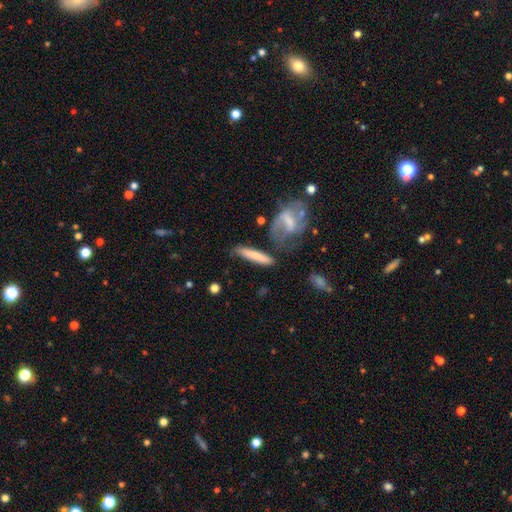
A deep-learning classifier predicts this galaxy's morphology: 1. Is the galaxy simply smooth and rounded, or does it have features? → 66% smooth, 28% featured or disk, 7% star or artifact.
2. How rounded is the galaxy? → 86% cigar-shaped, 12% in between, 2% round.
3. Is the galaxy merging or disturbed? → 66% none, 16% minor disturbance, 11% merger, 7% major disturbance.